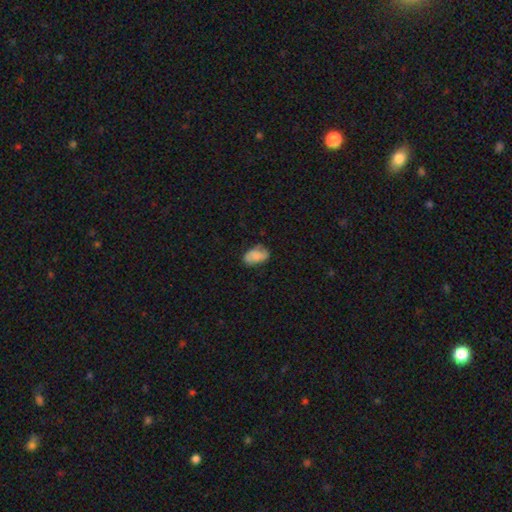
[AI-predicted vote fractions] Smooth or featured? Predicted: smooth (p=0.70). How rounded? Predicted: in between (p=0.91). Merging? Predicted: none (p=0.64).